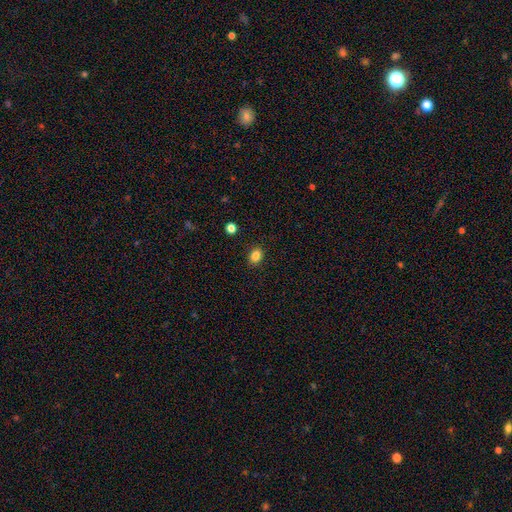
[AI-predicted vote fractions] Q: Smooth or featured?
A: smooth (85%); runner-up: star or artifact (11%)
Q: How rounded?
A: in between (62%); runner-up: round (37%)
Q: Merging?
A: none (88%); runner-up: minor disturbance (8%)